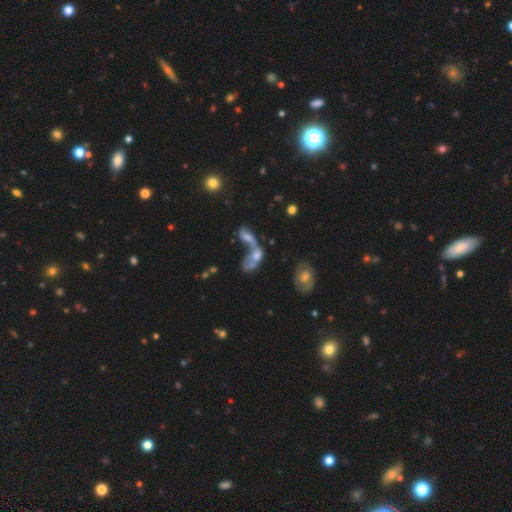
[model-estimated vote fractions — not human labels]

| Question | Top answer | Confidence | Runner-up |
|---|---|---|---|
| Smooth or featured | smooth | 44% | featured or disk (42%) |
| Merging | merger | 75% | major disturbance (11%) |